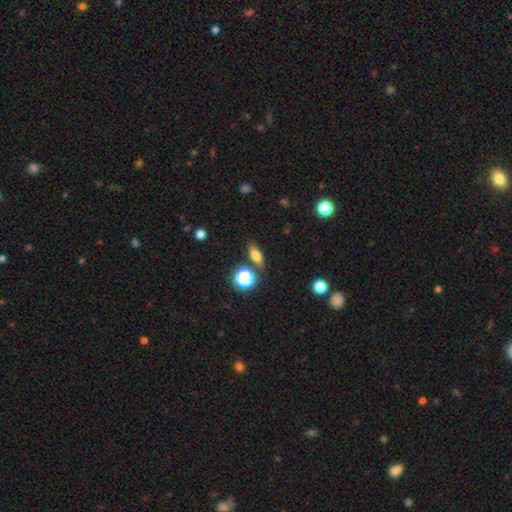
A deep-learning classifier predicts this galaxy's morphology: This appears to be a smooth galaxy with no disk features (71%) that is in between round and cigar-shaped (65%). Merging: none (77%).